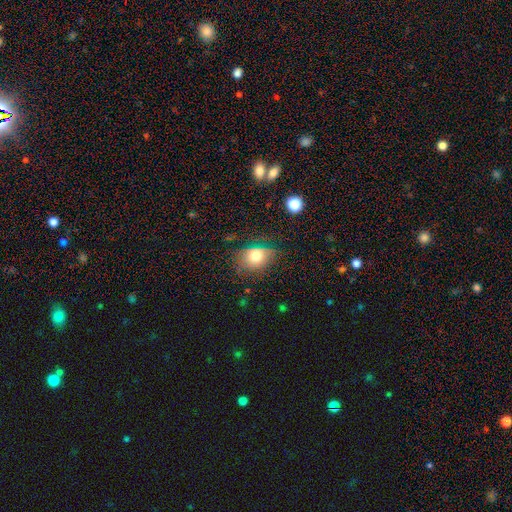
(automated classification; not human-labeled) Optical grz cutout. It shows a smooth galaxy with no disk features (72%) that is in between round and cigar-shaped (62%). Merging: none (63%).